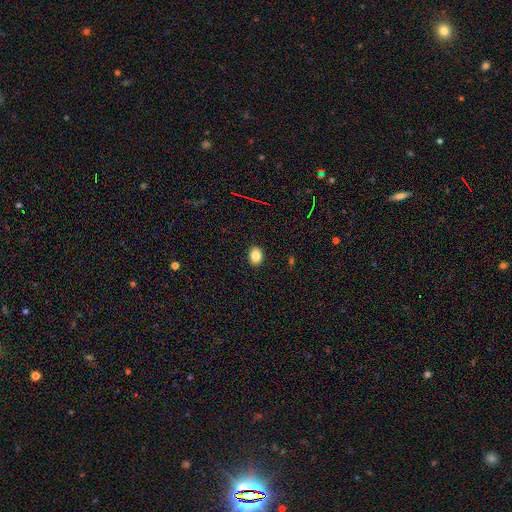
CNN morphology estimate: This appears to be a smooth galaxy with no disk features (84%) that is in between round and cigar-shaped (59%). Merging: none (90%).